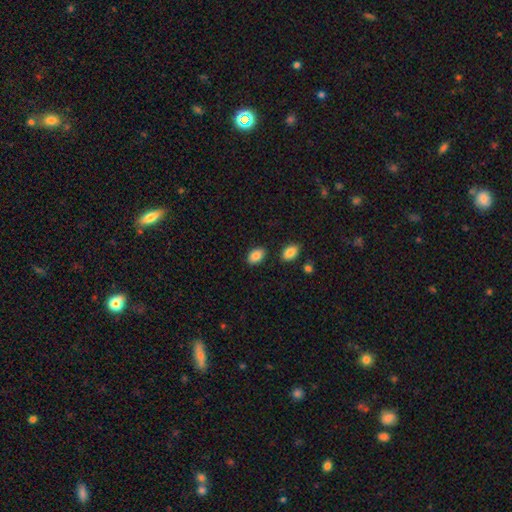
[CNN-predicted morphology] This is clearly a smooth galaxy (86%). How rounded: clearly in between (88%). Merging: clearly none (84%).